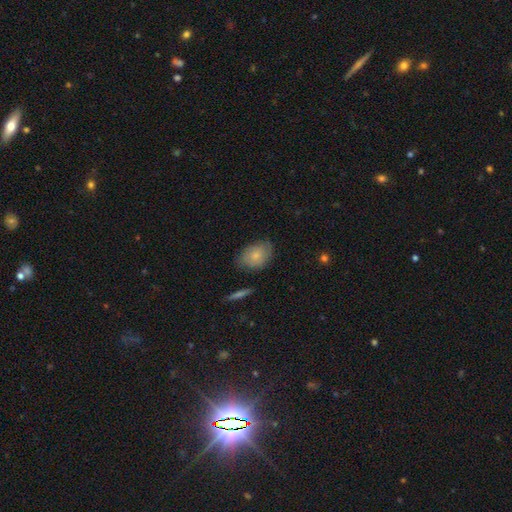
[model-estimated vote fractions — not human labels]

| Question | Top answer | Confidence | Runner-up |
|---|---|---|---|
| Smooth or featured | smooth | 73% | featured or disk (20%) |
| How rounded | in between | 79% | round (19%) |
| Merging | none | 70% | minor disturbance (23%) |